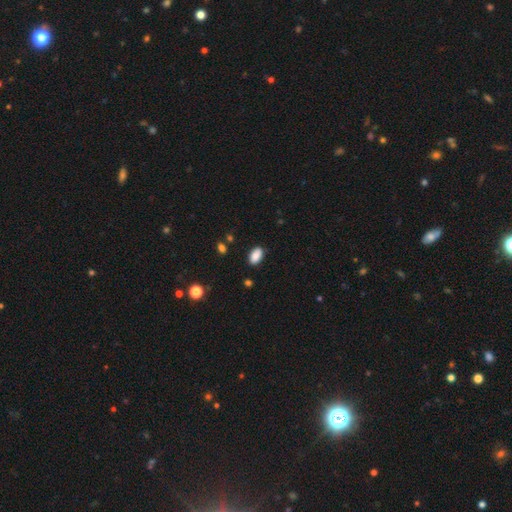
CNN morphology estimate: type=smooth (87%); roundness=in between (93%); merging=none (85%).